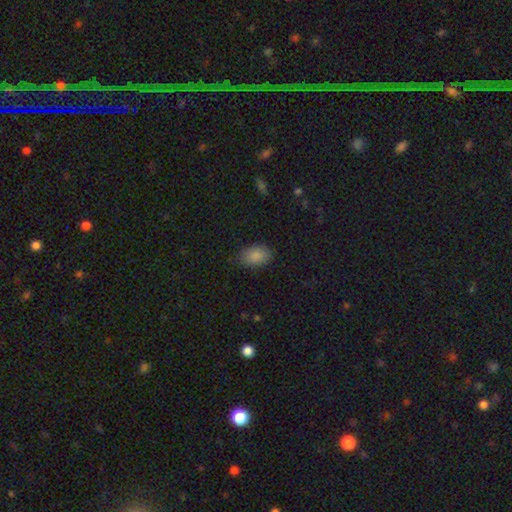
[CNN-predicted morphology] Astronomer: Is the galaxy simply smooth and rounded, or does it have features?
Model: smooth — 87%.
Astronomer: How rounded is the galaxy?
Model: in between — 86%.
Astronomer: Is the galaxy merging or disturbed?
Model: none — 84%.